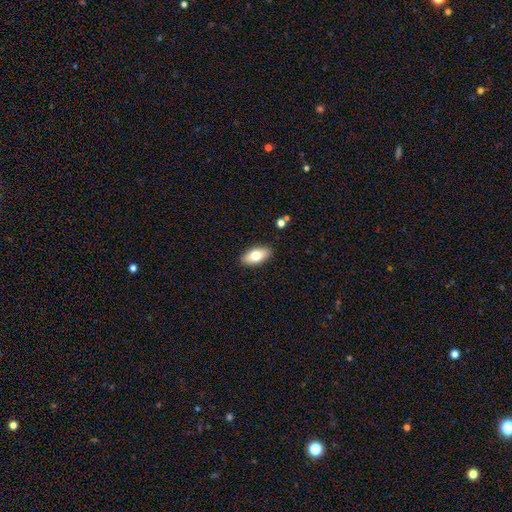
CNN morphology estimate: A smooth galaxy with no disk features (74%) that is in between round and cigar-shaped (90%). Merging: none (88%).